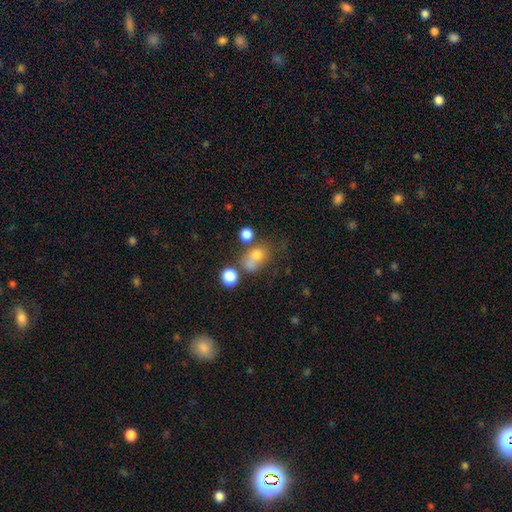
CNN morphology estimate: Smooth or featured? smooth (67%)
How rounded? in between (52%)
Merging? none (38%)